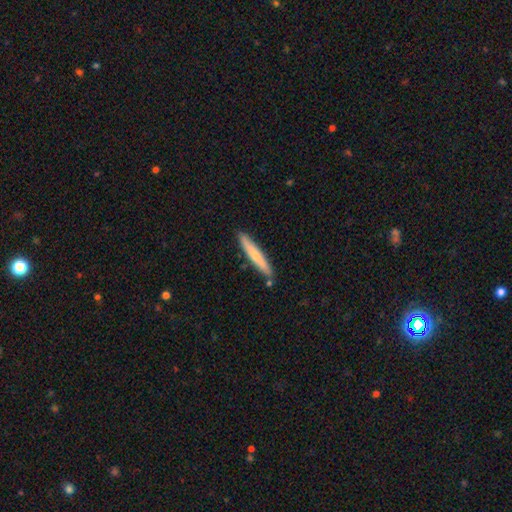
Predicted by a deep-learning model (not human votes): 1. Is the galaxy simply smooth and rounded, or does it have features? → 64% smooth, 31% featured or disk, 5% star or artifact.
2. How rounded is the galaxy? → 94% cigar-shaped, 5% in between, 1% round.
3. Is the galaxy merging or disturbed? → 85% none, 10% minor disturbance, 4% merger, 2% major disturbance.